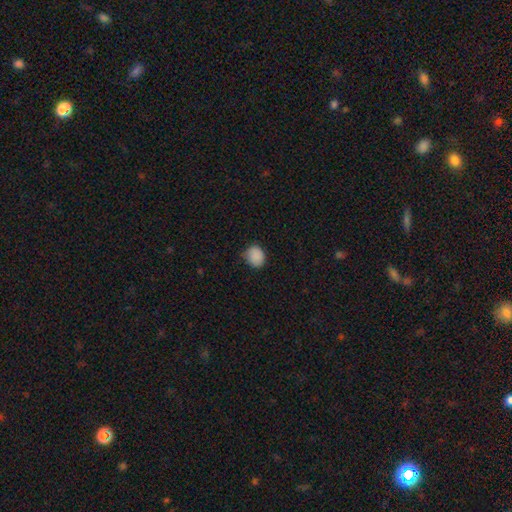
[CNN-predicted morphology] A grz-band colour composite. It shows a smooth galaxy with no disk features (88%) that is round (66%). Merging: none (71%).